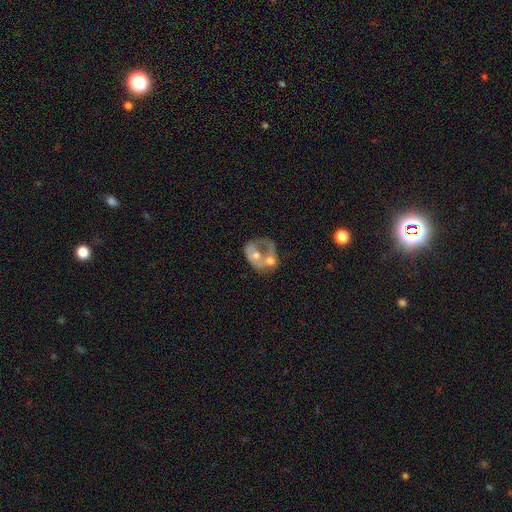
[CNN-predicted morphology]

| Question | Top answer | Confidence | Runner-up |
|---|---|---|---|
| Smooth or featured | featured or disk | 60% | smooth (31%) |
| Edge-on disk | no | 97% | yes (3%) |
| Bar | no | 85% | weak (12%) |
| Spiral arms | no | 74% | yes (26%) |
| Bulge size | moderate | 58% | small (24%) |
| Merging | merger | 57% | none (18%) |